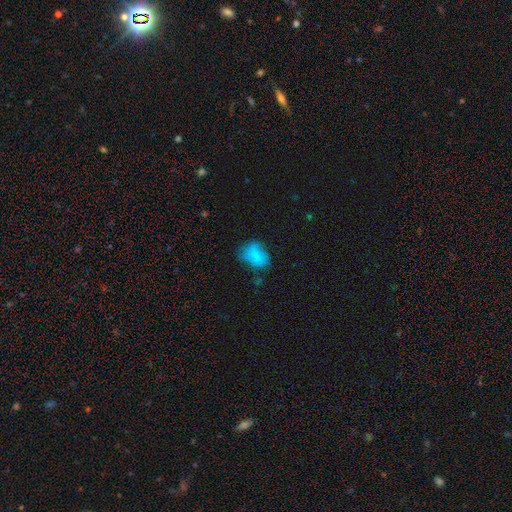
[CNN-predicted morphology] smooth 70%, featured or disk 21%, star or artifact 9%. Down the decision tree: how rounded — in between (76%); merging — none (46%).